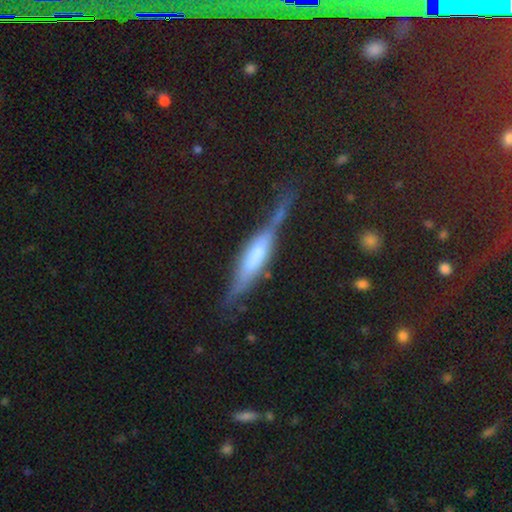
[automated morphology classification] smooth_or_featured: featured or disk (p=0.68) [alt: smooth p=0.24]
disk_edge_on: yes (p=0.90) [alt: no p=0.10]
edge_on_bulge: boxy (p=0.49) [alt: rounded p=0.37]
merging: none (p=0.62) [alt: minor disturbance p=0.23]